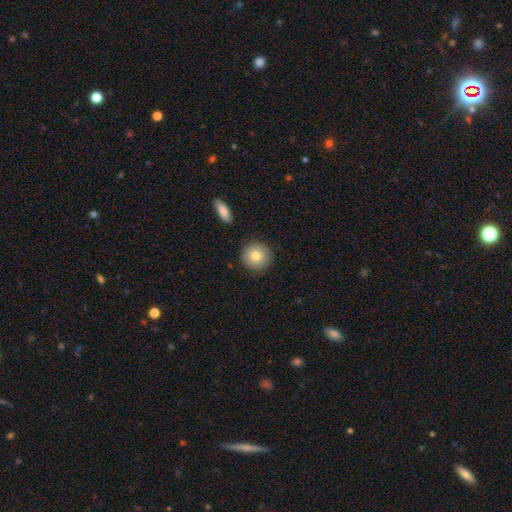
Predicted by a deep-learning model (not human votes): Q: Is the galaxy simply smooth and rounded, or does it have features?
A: smooth — 81%.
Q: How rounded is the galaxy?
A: round — 93%.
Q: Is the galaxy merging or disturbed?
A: none — 89%.